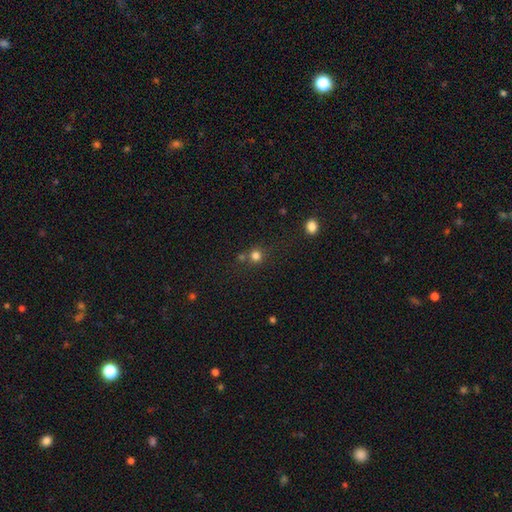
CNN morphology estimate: type=smooth (78%); roundness=round (90%); merging=none (67%).